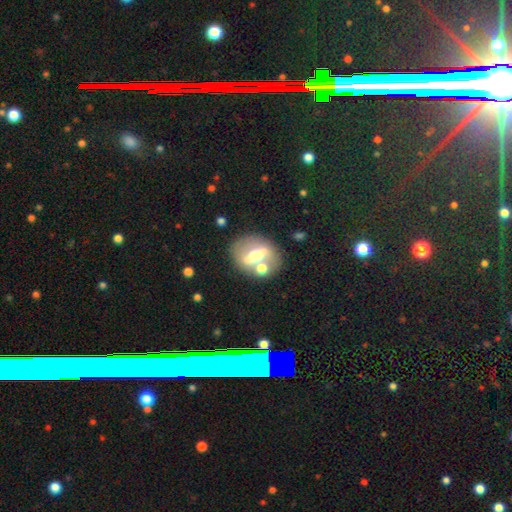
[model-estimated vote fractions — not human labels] A featured or disk galaxy (60%). Merging: none (63%).